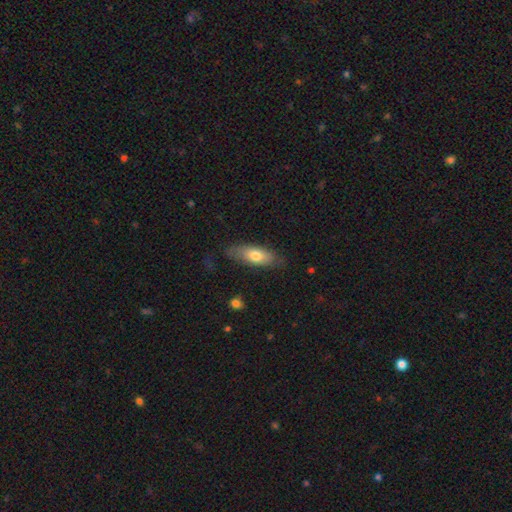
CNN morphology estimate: This is likely a smooth galaxy (71%). How rounded: likely in between (69%). Merging: likely none (75%).